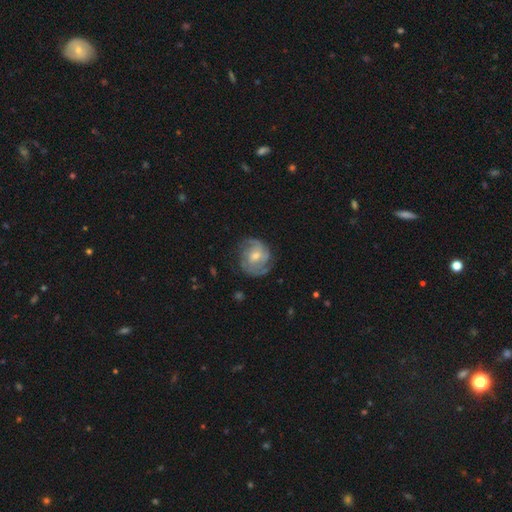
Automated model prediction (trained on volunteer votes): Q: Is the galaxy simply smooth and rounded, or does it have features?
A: featured or disk — 78%.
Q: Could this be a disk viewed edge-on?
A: no — 98%.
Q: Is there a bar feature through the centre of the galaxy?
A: no — 53%.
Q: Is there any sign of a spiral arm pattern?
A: yes — 93%.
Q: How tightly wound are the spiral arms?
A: tight — 49%.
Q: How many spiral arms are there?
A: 2 — 49%.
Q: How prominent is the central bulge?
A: moderate — 49%.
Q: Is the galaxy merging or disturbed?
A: none — 71%.